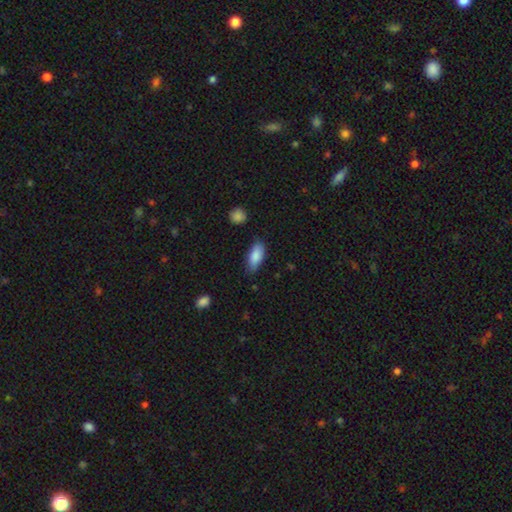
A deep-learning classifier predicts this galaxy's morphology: smooth_or_featured: smooth (p=0.86) [alt: featured or disk p=0.08]
how_rounded: in between (p=0.83) [alt: cigar-shaped p=0.15]
merging: none (p=0.76) [alt: minor disturbance p=0.18]